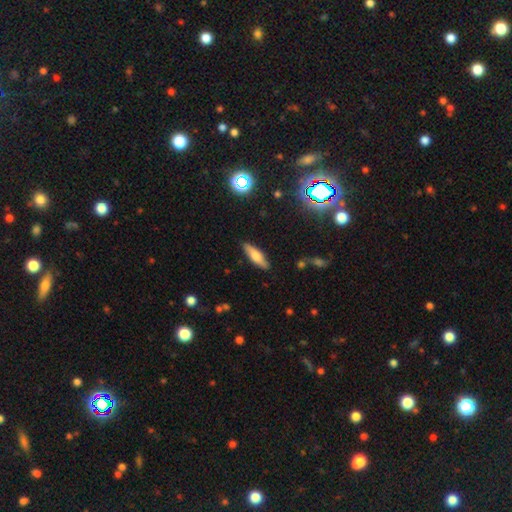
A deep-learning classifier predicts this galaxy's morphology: The model was most divided on "how rounded": cigar-shaped: 56%, in between: 42%, round: 2%. More confident: merging — none (85%); smooth or featured — smooth (65%).